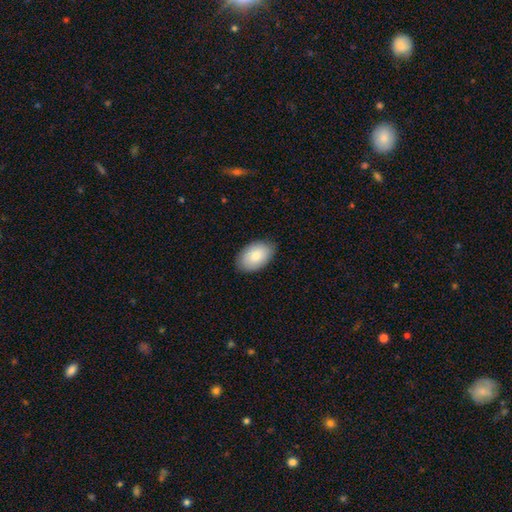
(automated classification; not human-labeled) smooth-or-featured: smooth: 82% | featured or disk: 12% | star or artifact: 6%
  how-rounded: in between: 92% | round: 7% | cigar-shaped: 1%
  merging: none: 85% | minor disturbance: 12% | major disturbance: 2% | merger: 1%